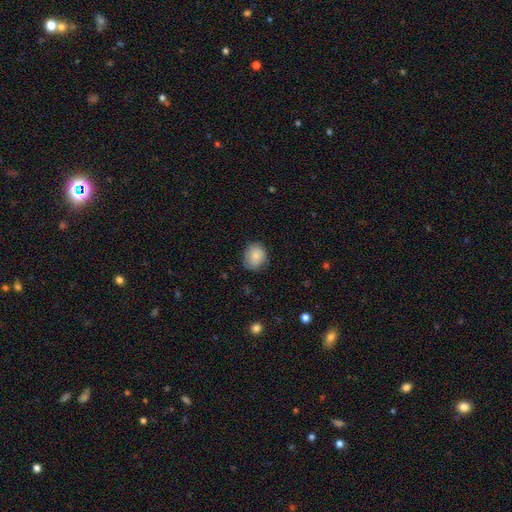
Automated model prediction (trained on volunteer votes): smooth-or-featured: smooth: 82% | featured or disk: 10% | star or artifact: 8%
  how-rounded: round: 60% | in between: 39% | cigar-shaped: 1%
  merging: none: 71% | minor disturbance: 23% | major disturbance: 5% | merger: 1%